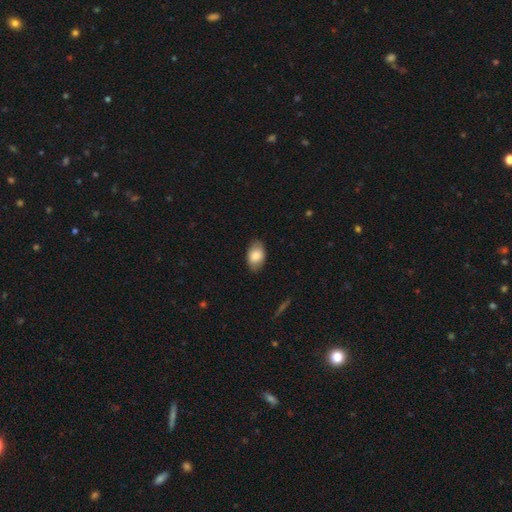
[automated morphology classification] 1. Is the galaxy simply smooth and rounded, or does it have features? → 84% smooth, 9% featured or disk, 6% star or artifact.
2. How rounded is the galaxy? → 89% in between, 10% round, 1% cigar-shaped.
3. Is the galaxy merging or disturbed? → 83% none, 13% minor disturbance, 3% major disturbance, 1% merger.